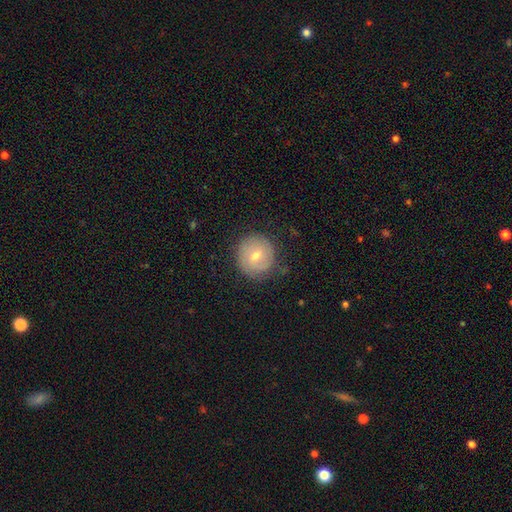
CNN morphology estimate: Q: Smooth or featured?
A: smooth (52%); runner-up: featured or disk (40%)
Q: How rounded?
A: round (92%); runner-up: in between (7%)
Q: Merging?
A: none (82%); runner-up: minor disturbance (13%)